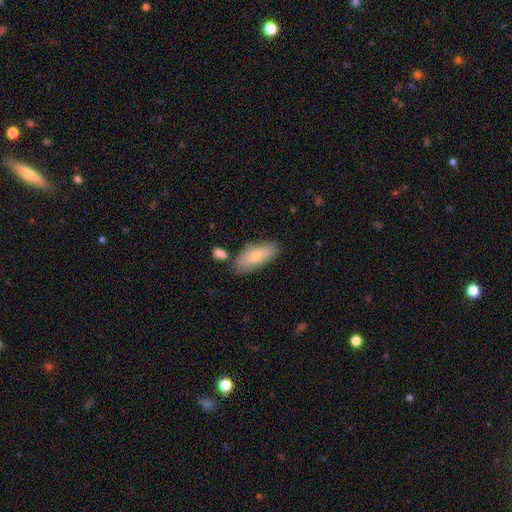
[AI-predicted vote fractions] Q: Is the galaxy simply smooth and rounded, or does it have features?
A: smooth — 72%.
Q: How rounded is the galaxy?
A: in between — 83%.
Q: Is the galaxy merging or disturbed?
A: none — 71%.